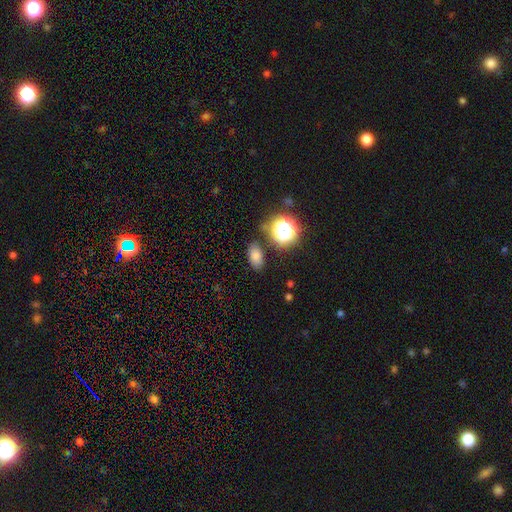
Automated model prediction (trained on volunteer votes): smooth_or_featured: smooth (p=0.75) [alt: star or artifact p=0.17]
how_rounded: in between (p=0.85) [alt: round p=0.13]
merging: none (p=0.82) [alt: minor disturbance p=0.11]